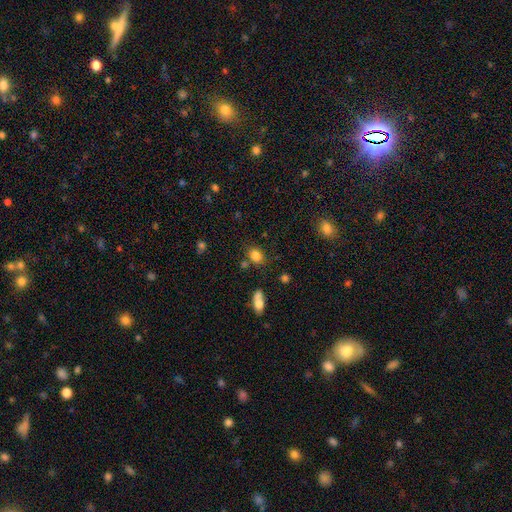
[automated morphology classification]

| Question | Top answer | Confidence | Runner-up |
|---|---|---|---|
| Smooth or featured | smooth | 83% | star or artifact (11%) |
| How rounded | round | 50% | in between (48%) |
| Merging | none | 75% | minor disturbance (13%) |